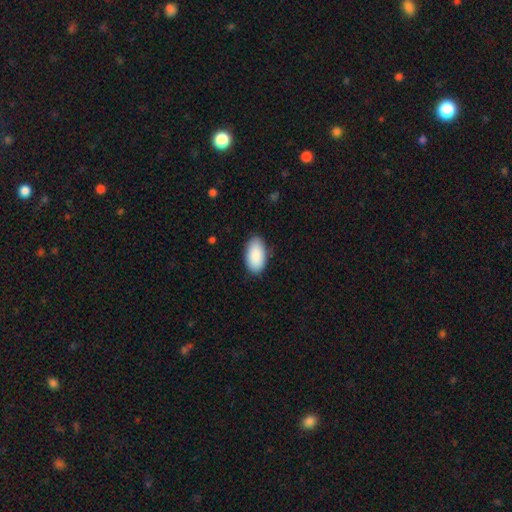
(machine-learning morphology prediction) Q: Smooth or featured?
A: smooth (90%); runner-up: star or artifact (6%)
Q: How rounded?
A: in between (96%); runner-up: round (3%)
Q: Merging?
A: none (84%); runner-up: minor disturbance (12%)